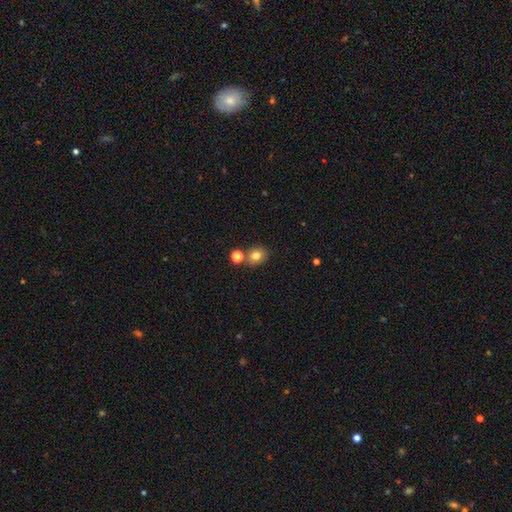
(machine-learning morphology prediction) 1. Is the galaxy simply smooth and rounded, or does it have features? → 78% smooth, 14% star or artifact, 9% featured or disk.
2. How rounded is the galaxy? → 63% round, 36% in between, 1% cigar-shaped.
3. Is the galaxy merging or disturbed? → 72% none, 16% merger, 10% minor disturbance, 3% major disturbance.